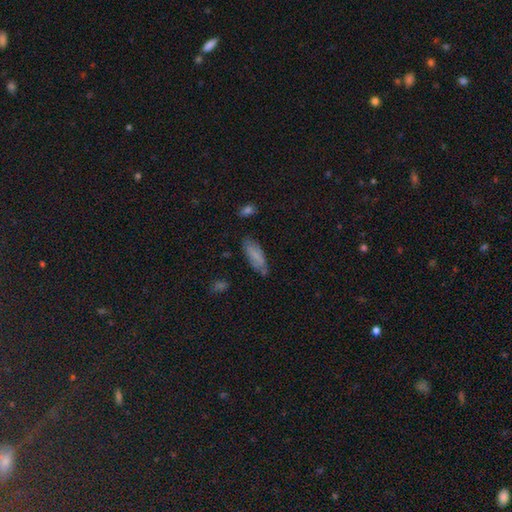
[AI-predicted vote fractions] A smooth galaxy with no disk features (75%) that is in between round and cigar-shaped (70%). Merging: none (70%).